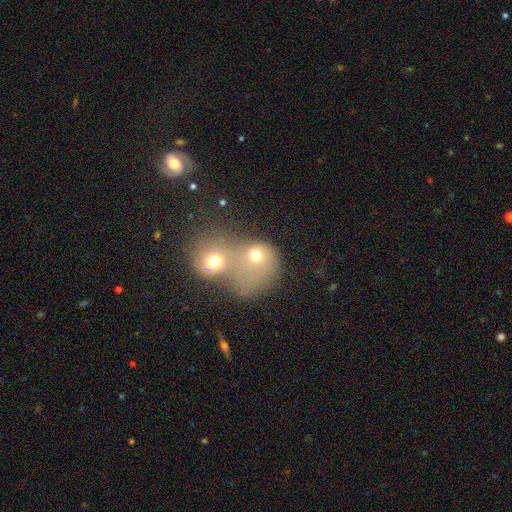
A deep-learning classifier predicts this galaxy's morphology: smooth 66%, featured or disk 19%, star or artifact 15%. Down the decision tree: how rounded — round (72%); merging — merger (76%).